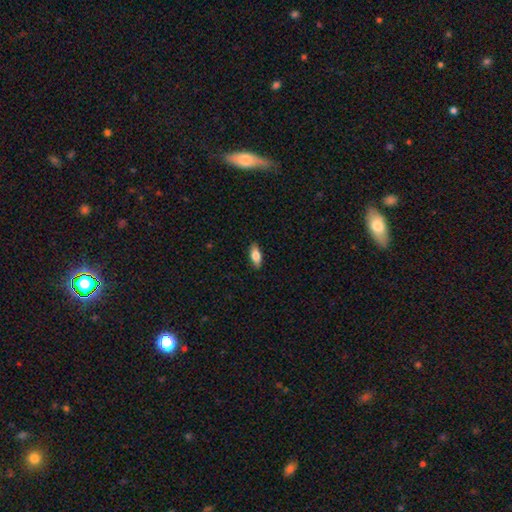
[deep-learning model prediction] Smooth or featured? smooth (81%)
How rounded? in between (82%)
Merging? none (88%)